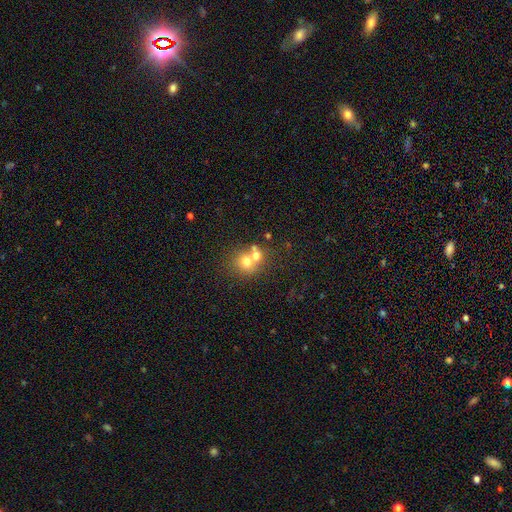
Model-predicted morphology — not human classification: smooth-or-featured: smooth: 66% | featured or disk: 21% | star or artifact: 13%
  how-rounded: round: 75% | in between: 24% | cigar-shaped: 1%
  merging: merger: 56% | none: 33% | minor disturbance: 7% | major disturbance: 4%